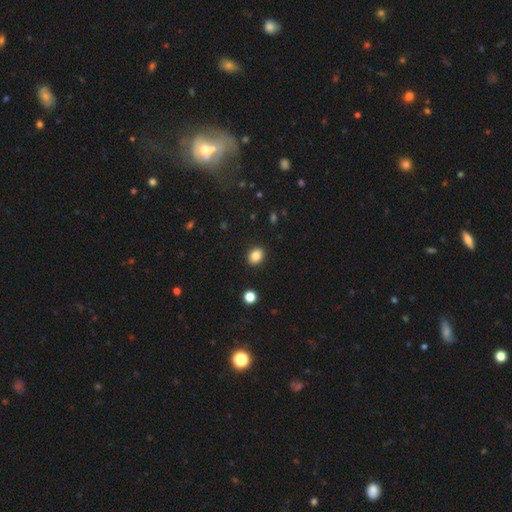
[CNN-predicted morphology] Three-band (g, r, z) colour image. It shows a smooth galaxy with no disk features (84%) that is round (51%). Merging: none (90%).